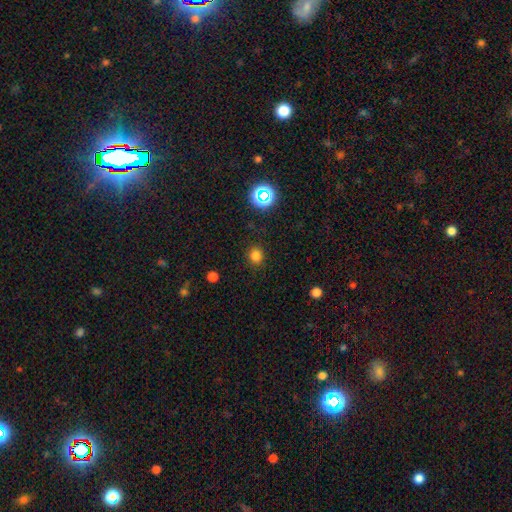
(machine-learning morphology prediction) Smooth or featured: smooth — 78% (star or artifact — 17%)
How rounded: round — 82% (in between — 17%)
Merging: none — 88% (minor disturbance — 8%)